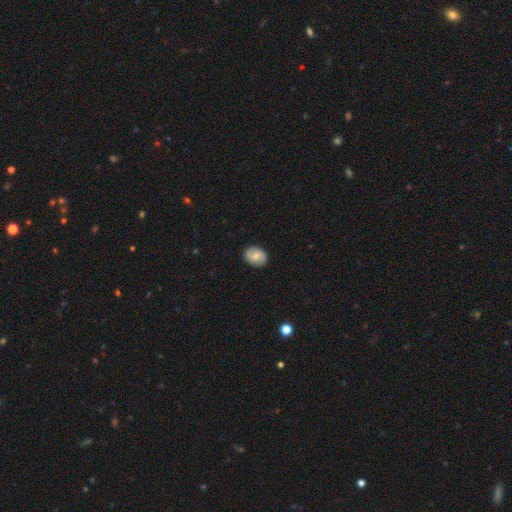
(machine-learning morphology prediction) The model was most divided on "how rounded": in between: 54%, round: 45%, cigar-shaped: 1%. More confident: merging — none (86%); smooth or featured — smooth (63%).